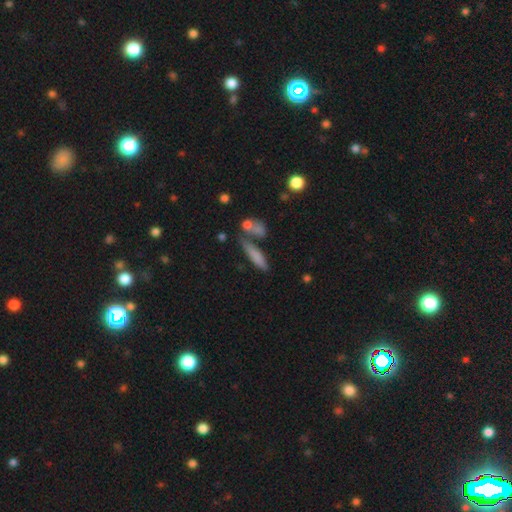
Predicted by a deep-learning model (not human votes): A smooth galaxy with no disk features (74%) that is cigar-shaped (76%). Merging: none (59%).